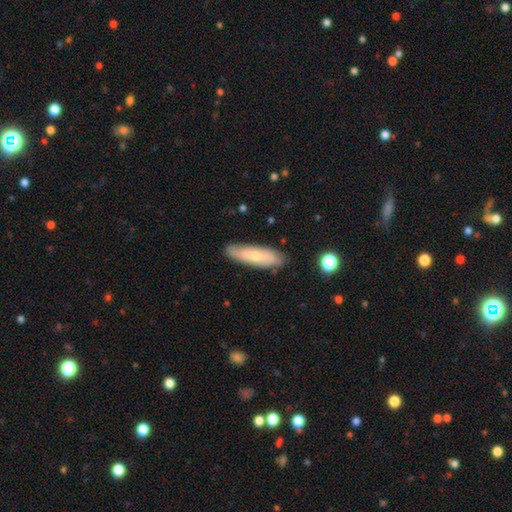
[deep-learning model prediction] smooth-or-featured: smooth: 57% | featured or disk: 36% | star or artifact: 7%
  how-rounded: cigar-shaped: 62% | in between: 36% | round: 2%
  merging: none: 82% | minor disturbance: 14% | major disturbance: 3% | merger: 2%